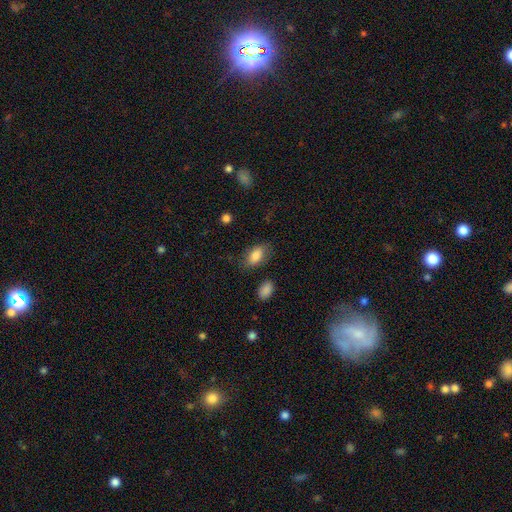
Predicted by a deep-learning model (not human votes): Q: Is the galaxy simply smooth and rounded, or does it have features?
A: smooth — 83%.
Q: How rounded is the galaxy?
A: in between — 91%.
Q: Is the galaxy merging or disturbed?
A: none — 76%.